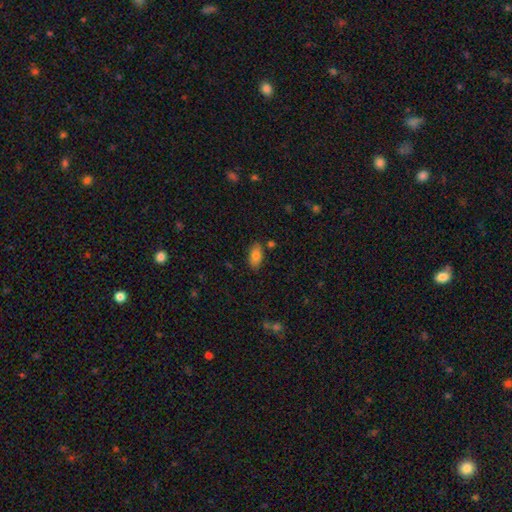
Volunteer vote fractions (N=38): Overall: smooth (87%). How rounded: in between (88%). Merging: none (81%).